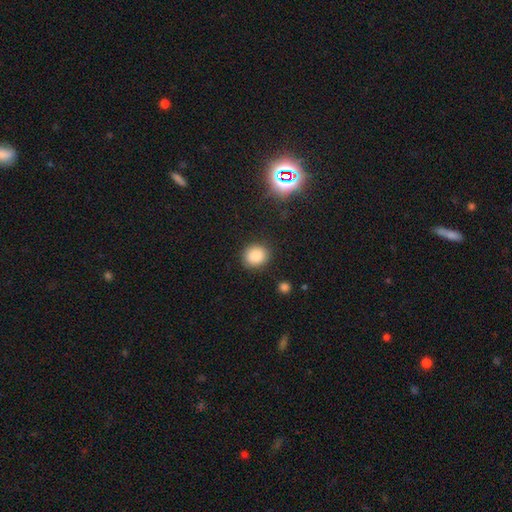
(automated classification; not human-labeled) smooth 85%, star or artifact 11%, featured or disk 5%. Down the decision tree: how rounded — round (82%); merging — none (88%).